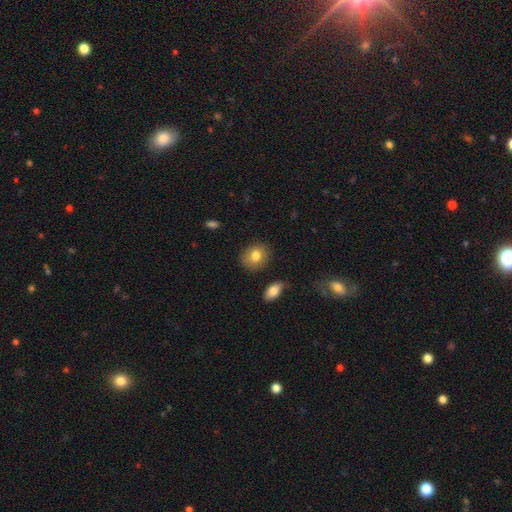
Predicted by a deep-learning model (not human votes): A smooth galaxy with no disk features (80%) that is round (58%).

Vote fractions:
- Smooth or featured? smooth: 80% / featured or disk: 12% / star or artifact: 8%
- How rounded? round: 58% / in between: 41% / cigar-shaped: 1%
- Merging? none: 84% / minor disturbance: 11% / major disturbance: 3% / merger: 2%